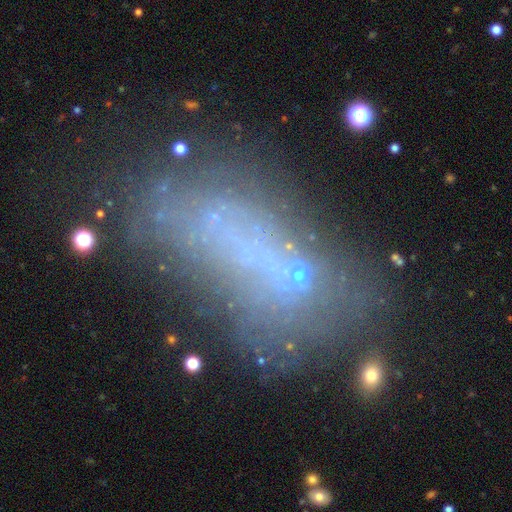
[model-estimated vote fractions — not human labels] smooth-or-featured: smooth: 38% | featured or disk: 34% | star or artifact: 28%
  merging: none: 42% | major disturbance: 26% | minor disturbance: 19% | merger: 13%